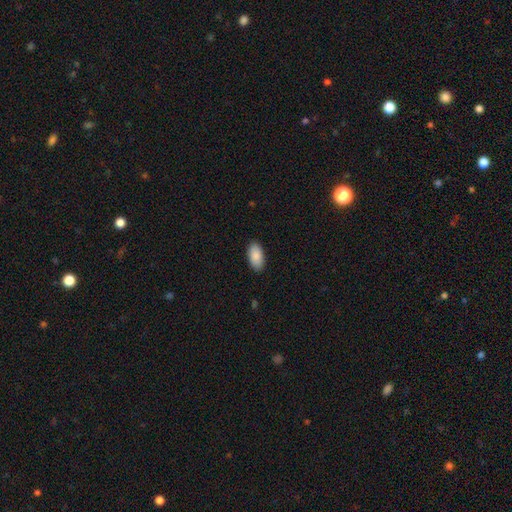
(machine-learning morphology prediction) Overall: smooth (89%). How rounded: in between (95%). Merging: none (89%).